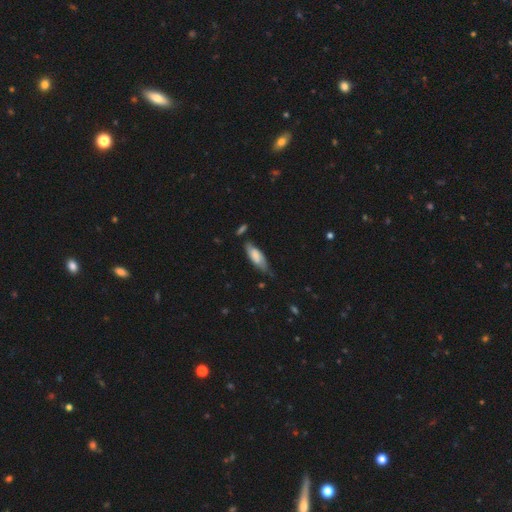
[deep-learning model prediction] smooth_or_featured: smooth (p=0.69) [alt: featured or disk p=0.24]
how_rounded: in between (p=0.66) [alt: cigar-shaped p=0.33]
merging: none (p=0.52) [alt: minor disturbance p=0.34]